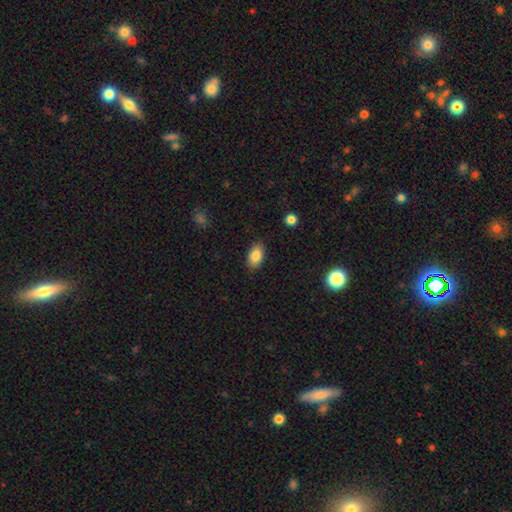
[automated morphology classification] Smooth or featured? Predicted: smooth (p=0.84). How rounded? Predicted: in between (p=0.91). Merging? Predicted: none (p=0.86).